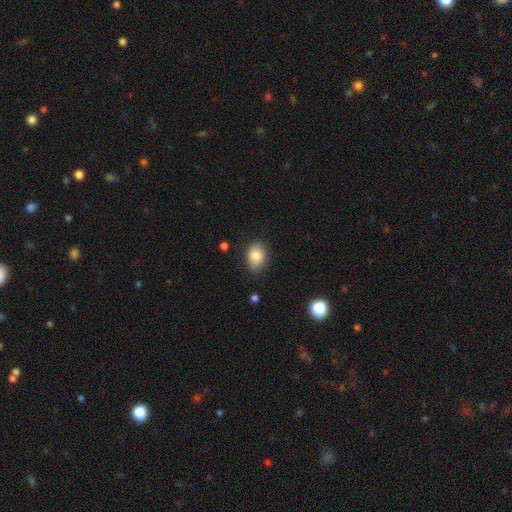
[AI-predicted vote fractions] smooth-or-featured: smooth: 85% | star or artifact: 8% | featured or disk: 7%
  how-rounded: in between: 71% | round: 28% | cigar-shaped: 1%
  merging: none: 84% | minor disturbance: 12% | major disturbance: 3% | merger: 1%